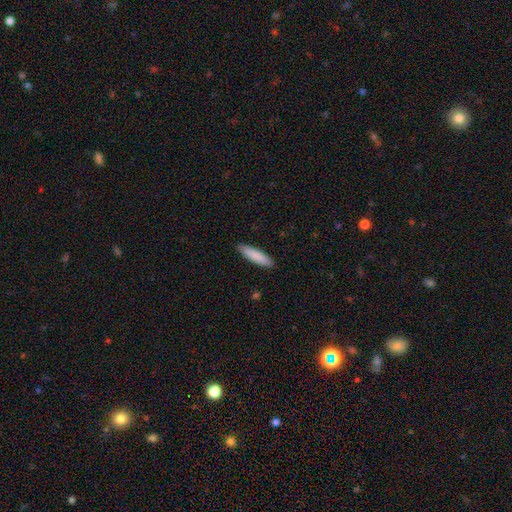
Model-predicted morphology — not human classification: smooth_or_featured: smooth (p=0.86) [alt: featured or disk p=0.08]
how_rounded: cigar-shaped (p=0.75) [alt: in between p=0.24]
merging: none (p=0.89) [alt: minor disturbance p=0.08]